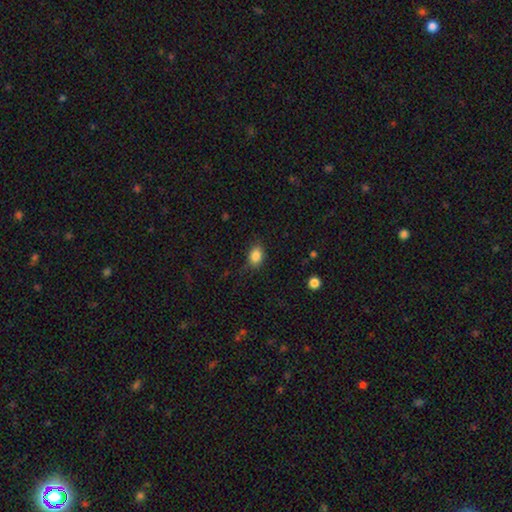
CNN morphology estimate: This is clearly a smooth galaxy (86%). How rounded: likely in between (76%). Merging: likely none (79%).